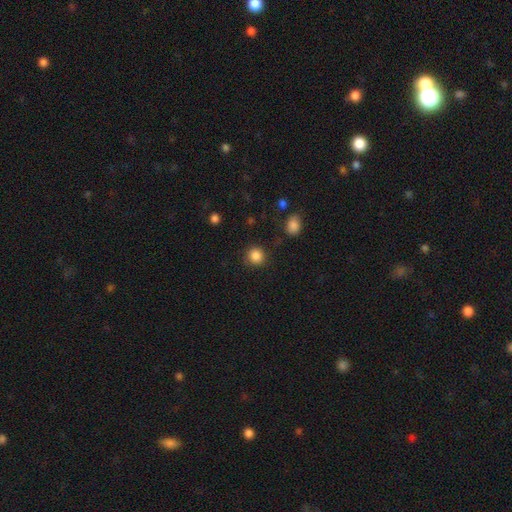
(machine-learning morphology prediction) type=smooth (86%); roundness=round (91%); merging=none (86%).